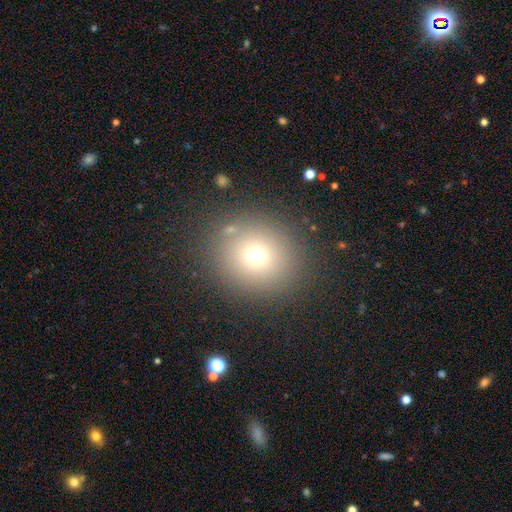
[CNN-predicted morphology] Q: Smooth or featured?
A: smooth (70%); runner-up: star or artifact (19%)
Q: How rounded?
A: round (84%); runner-up: in between (15%)
Q: Merging?
A: none (86%); runner-up: minor disturbance (8%)